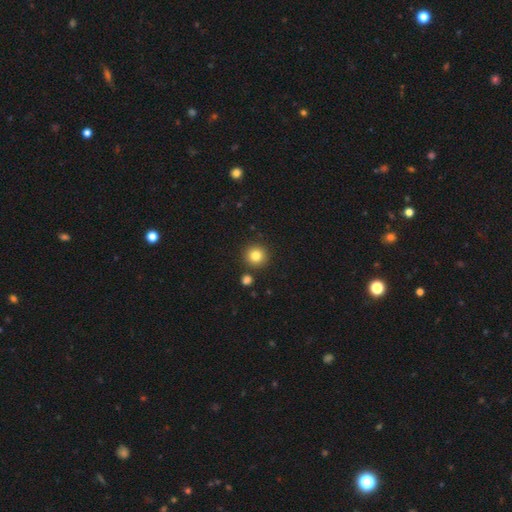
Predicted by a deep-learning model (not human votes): A smooth galaxy with no disk features (82%) that is round (94%).

Vote fractions:
- Smooth or featured? smooth: 82% / star or artifact: 11% / featured or disk: 6%
- How rounded? round: 94% / in between: 5% / cigar-shaped: 1%
- Merging? none: 87% / minor disturbance: 6% / merger: 5% / major disturbance: 2%